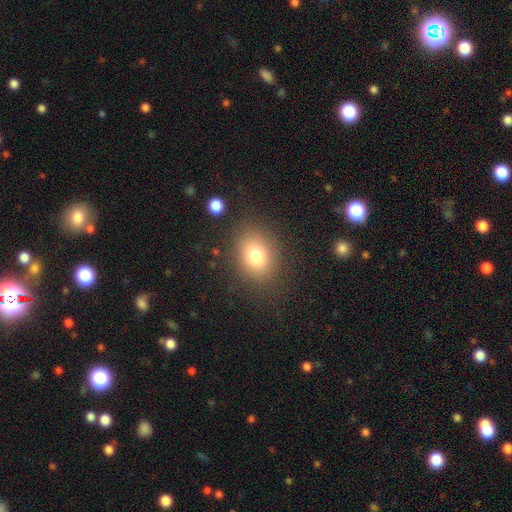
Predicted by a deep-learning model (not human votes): This appears to be a smooth galaxy with no disk features (77%) that is in between round and cigar-shaped (50%). Merging: none (83%).